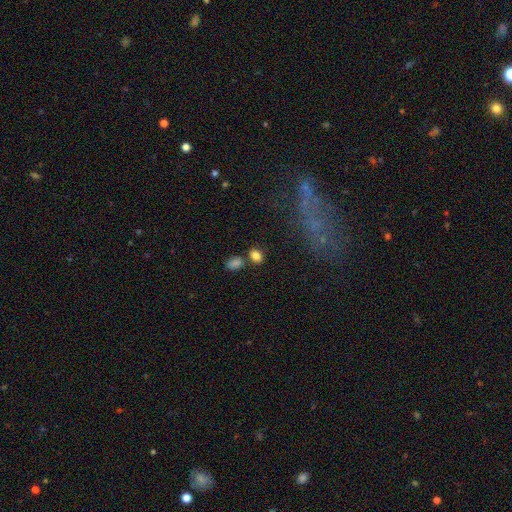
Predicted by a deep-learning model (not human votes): The model was most divided on "how rounded": in between: 71%, round: 28%, cigar-shaped: 1%. More confident: smooth or featured — smooth (83%); merging — none (67%).